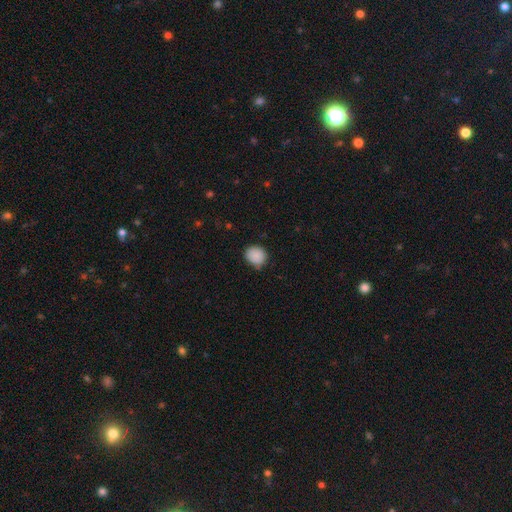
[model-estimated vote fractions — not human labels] A smooth galaxy with no disk features (88%) that is round (73%). Merging: none (75%).